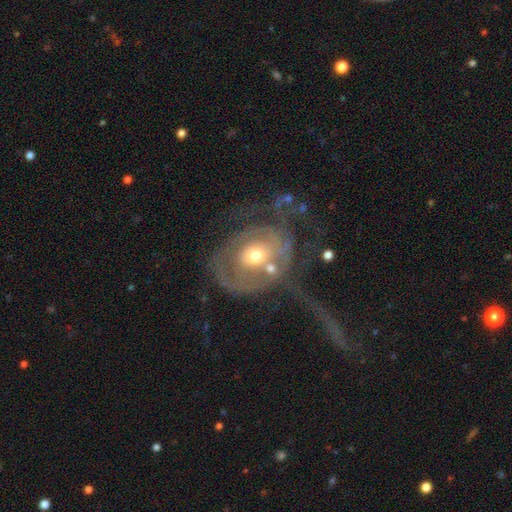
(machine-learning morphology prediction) This appears to be a featured or disk galaxy (74%) with no bar (78%), 2 (36%) tight (44%) spiral arms (70%) and a moderate central bulge (61%). Merging: major disturbance (40%).